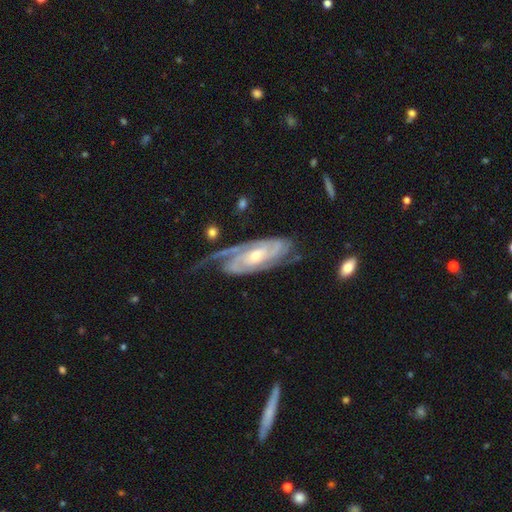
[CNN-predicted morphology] A featured or disk galaxy (89%) with no bar (56%), 2 (48%) tight (67%) spiral arms (97%) and a moderate central bulge (53%).

Vote fractions:
- Smooth or featured? featured or disk: 89% / smooth: 6% / star or artifact: 5%
- Edge-on disk? no: 93% / yes: 7%
- Bar? no: 56% / weak: 30% / strong: 14%
- Spiral arms? yes: 97% / no: 3%
- Spiral winding? tight: 67% / medium: 27% / loose: 6%
- Spiral arm count? 2: 48% / 3: 18% / can't tell: 18% / 4: 6% / 1: 5% / more than 4: 4%
- Bulge size? moderate: 53% / small: 43% / large: 2% / none: 1% / dominant: 1%
- Merging? none: 58% / minor disturbance: 22% / major disturbance: 16% / merger: 3%